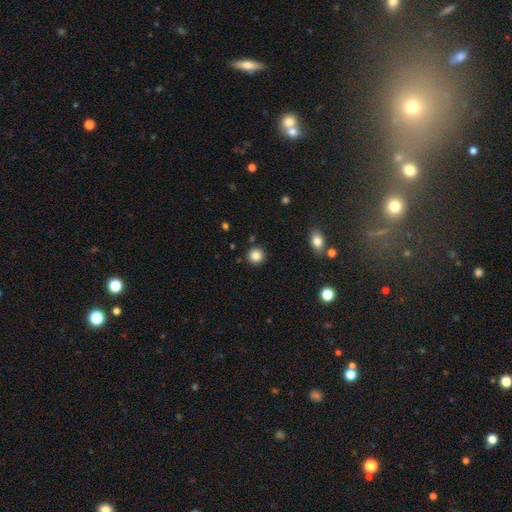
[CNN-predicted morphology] Smooth or featured? smooth (85%)
How rounded? round (94%)
Merging? none (91%)